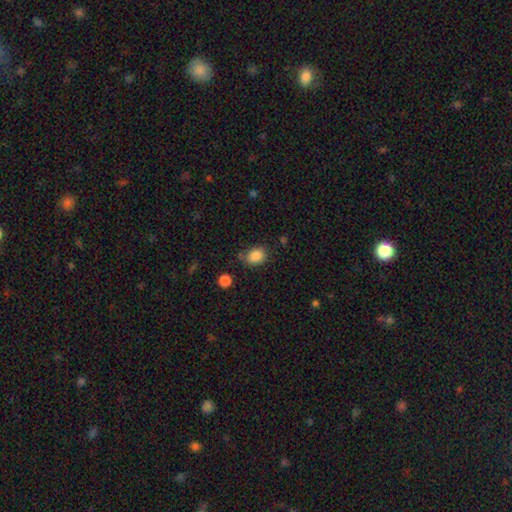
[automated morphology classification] smooth-or-featured: smooth: 85% | star or artifact: 10% | featured or disk: 5%
  how-rounded: in between: 56% | round: 43% | cigar-shaped: 1%
  merging: none: 69% | minor disturbance: 22% | major disturbance: 5% | merger: 4%